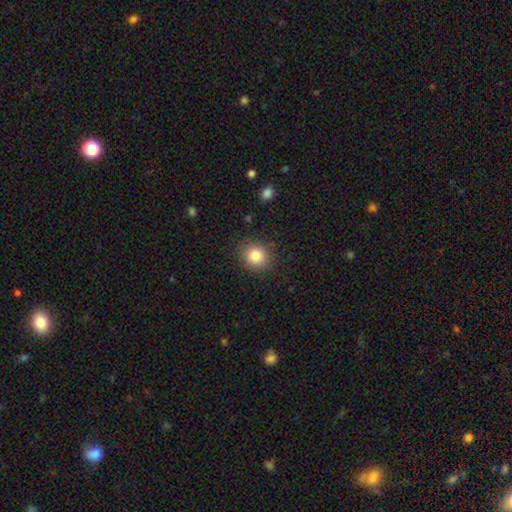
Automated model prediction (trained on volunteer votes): This is clearly a smooth galaxy (84%). How rounded: clearly round (83%). Merging: clearly none (87%).